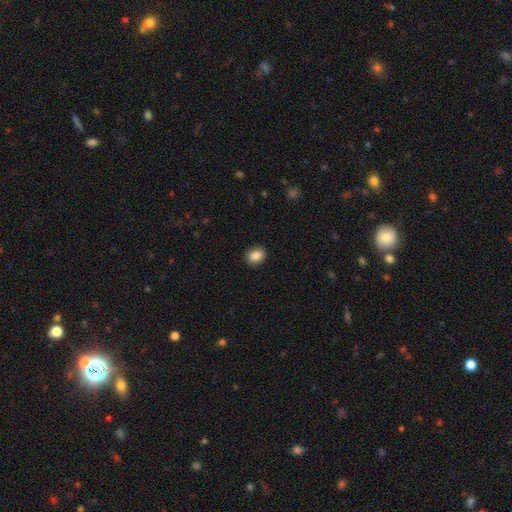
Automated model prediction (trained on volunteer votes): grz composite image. It shows a smooth galaxy with no disk features (86%) that is in between round and cigar-shaped (53%). Merging: none (90%).